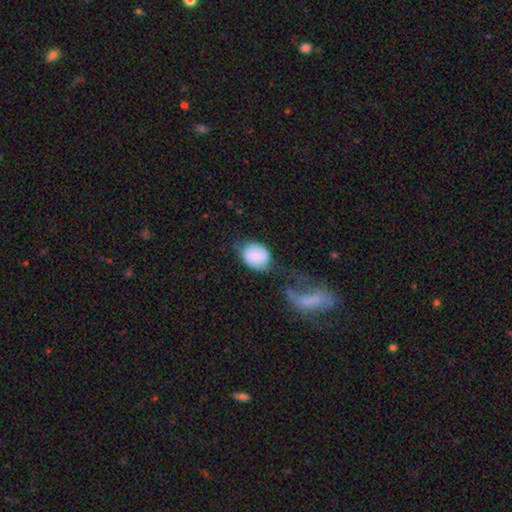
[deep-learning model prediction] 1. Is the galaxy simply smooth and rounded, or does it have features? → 75% smooth, 18% featured or disk, 8% star or artifact.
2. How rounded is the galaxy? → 57% round, 42% in between, 1% cigar-shaped.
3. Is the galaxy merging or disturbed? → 40% none, 29% minor disturbance, 17% major disturbance, 14% merger.